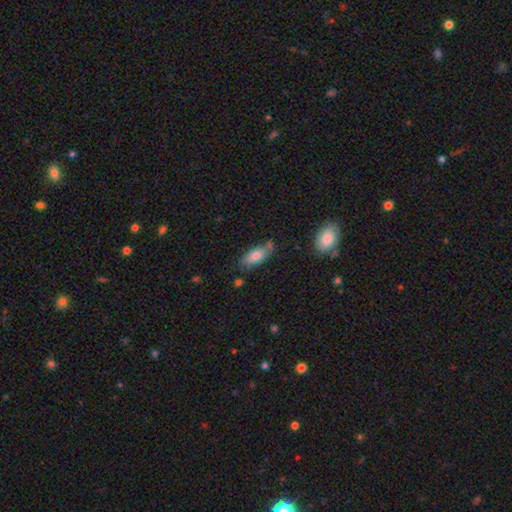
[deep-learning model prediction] Smooth or featured: smooth — 75% (featured or disk — 17%)
How rounded: in between — 84% (cigar-shaped — 13%)
Merging: none — 68% (minor disturbance — 20%)